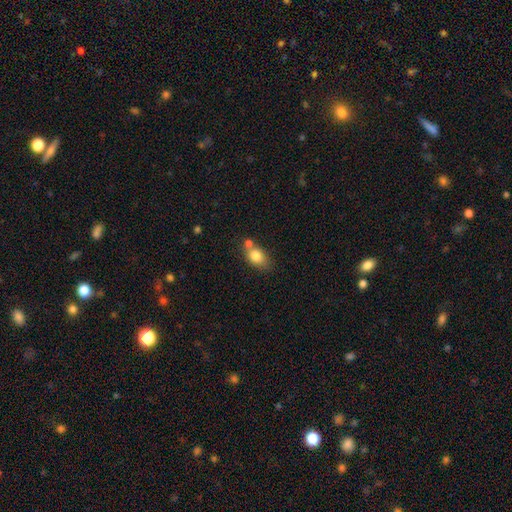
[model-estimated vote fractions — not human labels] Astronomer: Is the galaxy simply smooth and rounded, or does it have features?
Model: smooth — 80%.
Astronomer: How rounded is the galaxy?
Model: in between — 75%.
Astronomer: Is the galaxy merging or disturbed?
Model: none — 48% (runner-up: merger, 30%).